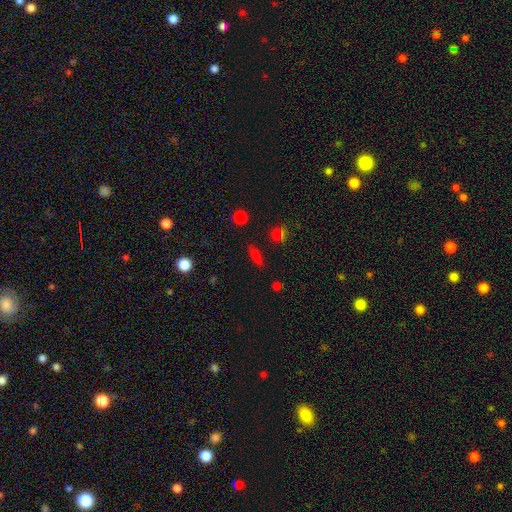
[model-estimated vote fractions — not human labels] smooth-or-featured: smooth: 68% | star or artifact: 20% | featured or disk: 12%
  how-rounded: cigar-shaped: 48% | in between: 44% | round: 7%
  merging: none: 85% | minor disturbance: 9% | major disturbance: 3% | merger: 3%